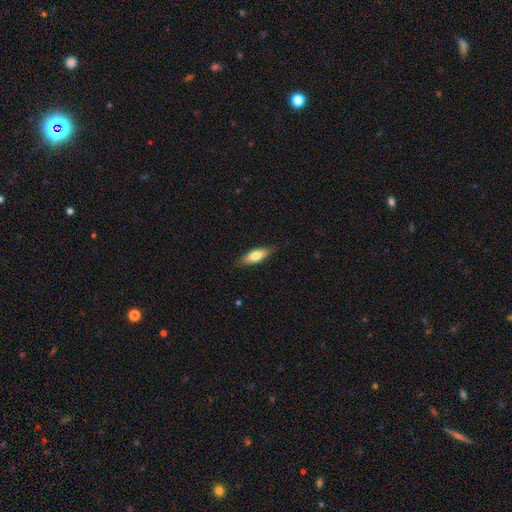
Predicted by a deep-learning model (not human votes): Overall: smooth (65%; featured or disk 29%). How rounded: in between (57%; cigar-shaped 41%). Merging: none (83%).